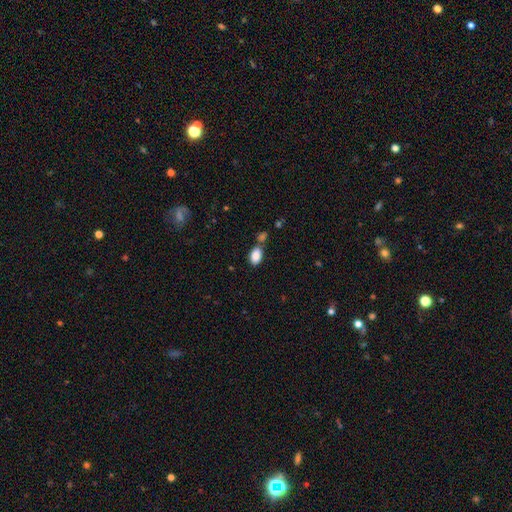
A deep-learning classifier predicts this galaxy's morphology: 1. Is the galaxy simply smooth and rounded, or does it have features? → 87% smooth, 8% star or artifact, 5% featured or disk.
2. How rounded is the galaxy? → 91% in between, 8% round, 2% cigar-shaped.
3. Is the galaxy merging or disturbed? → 63% none, 20% merger, 13% minor disturbance, 4% major disturbance.